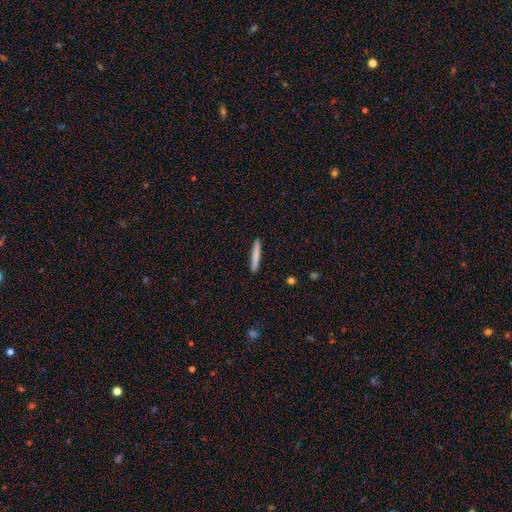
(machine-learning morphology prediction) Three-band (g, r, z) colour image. It shows a smooth galaxy with no disk features (79%) that is cigar-shaped (96%). Merging: none (92%).